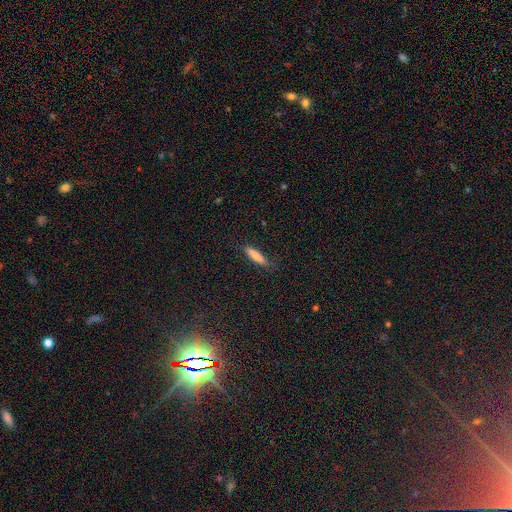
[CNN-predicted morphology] Smooth or featured: smooth — 79% (featured or disk — 14%)
How rounded: cigar-shaped — 82% (in between — 17%)
Merging: none — 83% (minor disturbance — 13%)